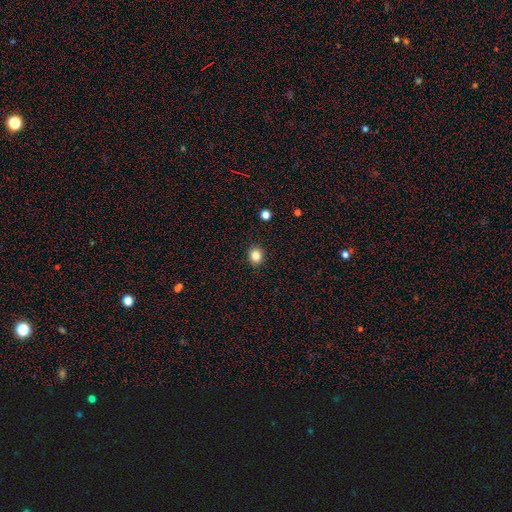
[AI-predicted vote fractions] Morphology: type=smooth (84%); roundness=round (75%); merging=none (91%).